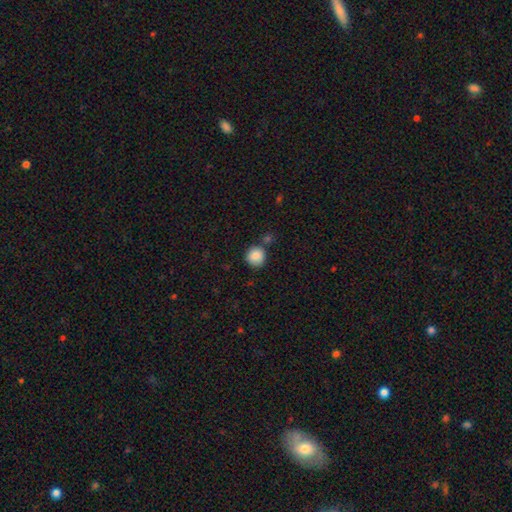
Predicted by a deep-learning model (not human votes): A smooth galaxy with no disk features (87%) that is round (91%). Merging: none (75%).